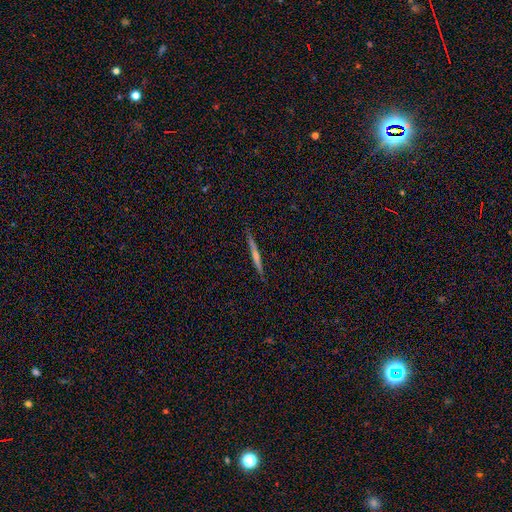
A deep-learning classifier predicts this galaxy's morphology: This is likely a featured or disk galaxy (72%). It is clearly viewed edge-on (98%). Edge-on bulge: likely rounded (65%). Merging: clearly none (91%).